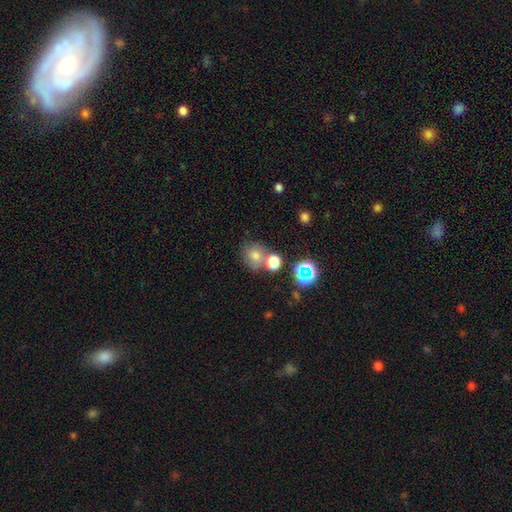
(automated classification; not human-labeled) This is likely a smooth galaxy (69%). How rounded: clearly round (81%). Merging: likely none (62%).